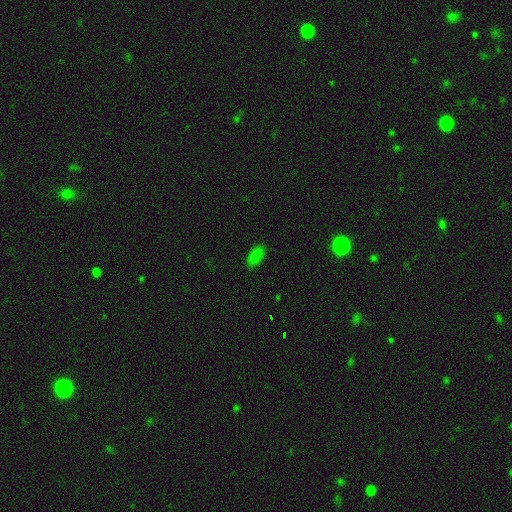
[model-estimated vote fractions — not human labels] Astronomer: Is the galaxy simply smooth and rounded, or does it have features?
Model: smooth — 83%.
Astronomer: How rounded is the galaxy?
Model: in between — 89%.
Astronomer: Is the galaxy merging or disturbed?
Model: none — 86%.